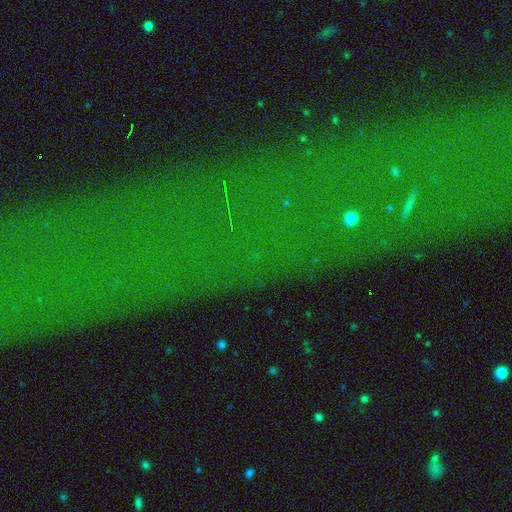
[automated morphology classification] Smooth or featured? Predicted: star or artifact (p=0.78).